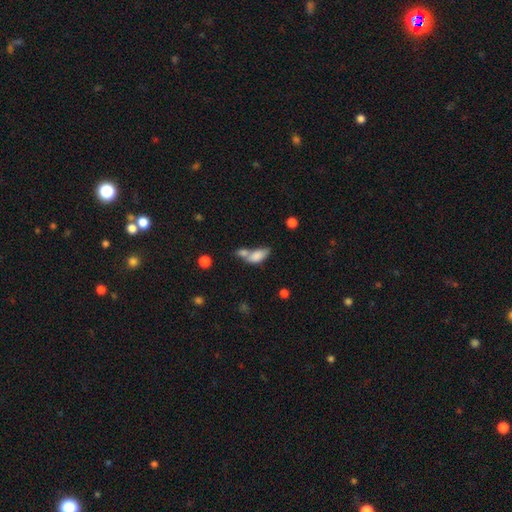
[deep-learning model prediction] Smooth or featured: smooth — 78% (featured or disk — 14%)
How rounded: in between — 86% (cigar-shaped — 10%)
Merging: merger — 59% (none — 22%)